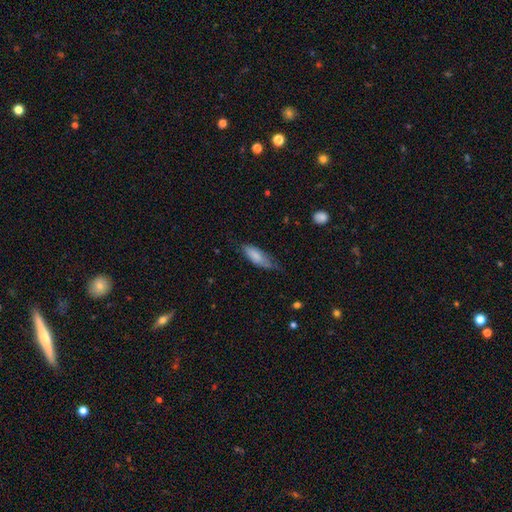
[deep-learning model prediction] The model was most divided on "merging": none: 45%, minor disturbance: 40%, major disturbance: 13%, merger: 2%. More confident: smooth or featured — smooth (76%); how rounded — in between (68%).